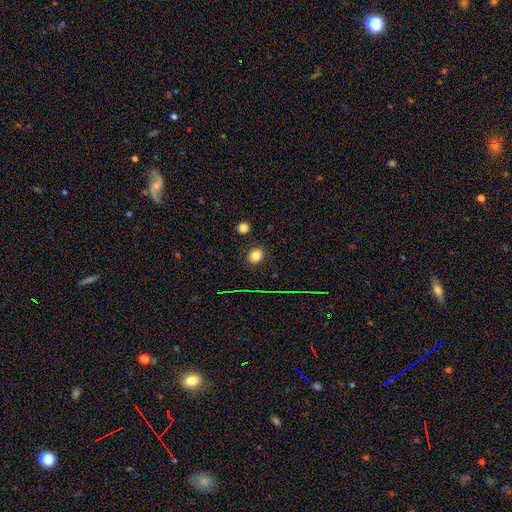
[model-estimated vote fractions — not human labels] smooth 80%, star or artifact 13%, featured or disk 7%. Down the decision tree: how rounded — round (73%); merging — none (87%).